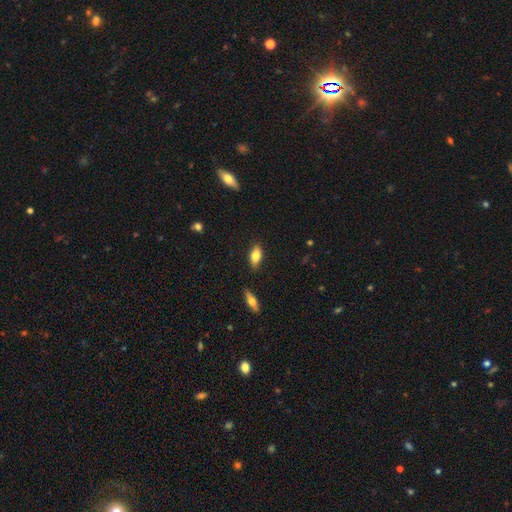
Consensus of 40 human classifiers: This is likely a smooth galaxy (72%). How rounded: possibly in between (55%). Merging: clearly none (92%).